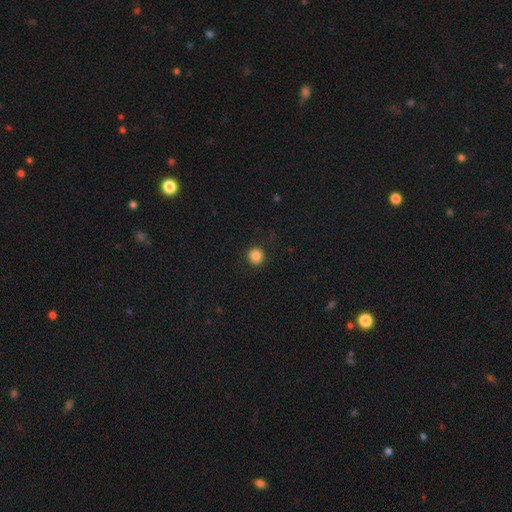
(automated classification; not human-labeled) smooth_or_featured: smooth (p=0.85) [alt: star or artifact p=0.10]
how_rounded: round (p=0.93) [alt: in between p=0.06]
merging: none (p=0.91) [alt: minor disturbance p=0.06]